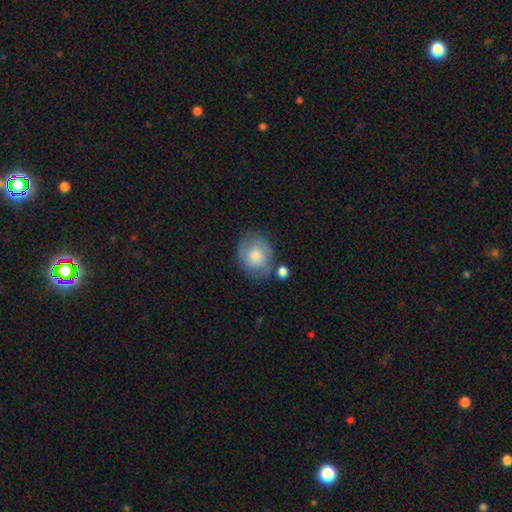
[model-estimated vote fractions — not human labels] This appears to be a smooth galaxy with no disk features (65%) that is round (56%). Merging: none (61%).